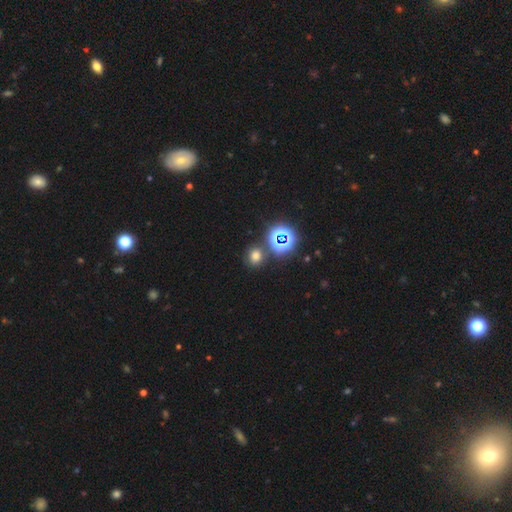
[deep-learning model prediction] Q: Smooth or featured?
A: smooth (64%); runner-up: star or artifact (28%)
Q: How rounded?
A: round (75%); runner-up: in between (24%)
Q: Merging?
A: none (76%); runner-up: merger (11%)